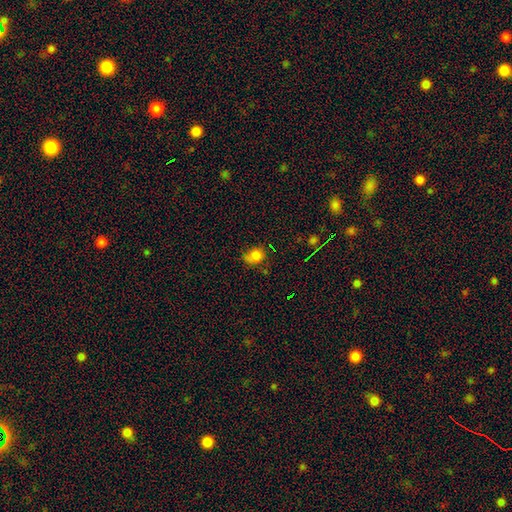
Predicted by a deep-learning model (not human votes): Morphology: type=smooth (78%); roundness=round (56%); merging=none (52%).